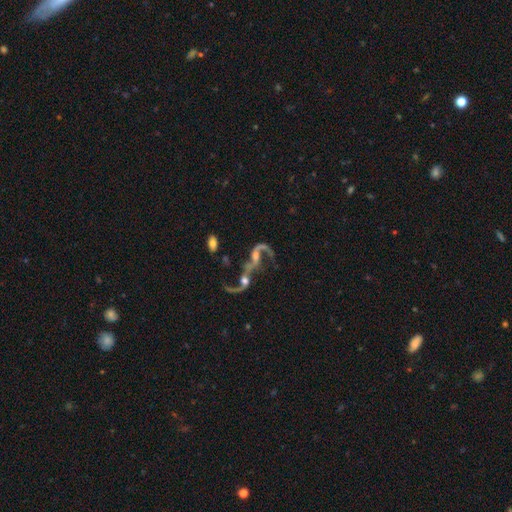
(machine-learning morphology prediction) type=featured or disk (79%); edge-on=no (95%); bar=no (54%); spiral arms=yes (83%); winding=loose (86%); arm count=2 (73%); bulge=small (37%); merging=merger (53%).